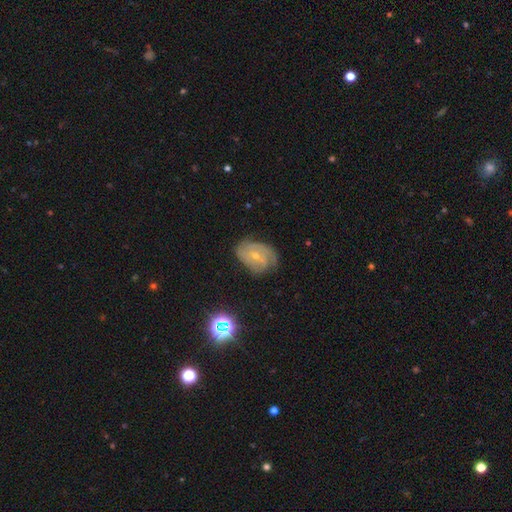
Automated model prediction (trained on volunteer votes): The model was most divided on "spiral arm count": can't tell: 35%, 2: 24%, 3: 24%, 4: 7%, 1: 6%, more than 4: 4%. More confident: edge-on disk — no (97%); spiral arms — yes (90%); smooth or featured — featured or disk (74%); bar — no (68%); merging — none (64%); bulge size — small (63%); spiral winding — tight (61%).